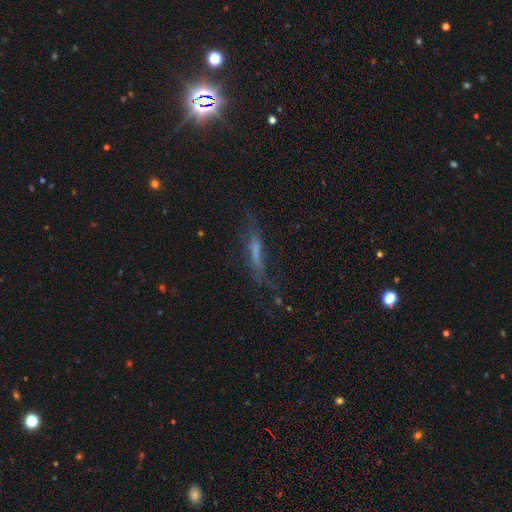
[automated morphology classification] Overall: featured or disk (47%; smooth 30%). Merging: none (54%; minor disturbance 23%).